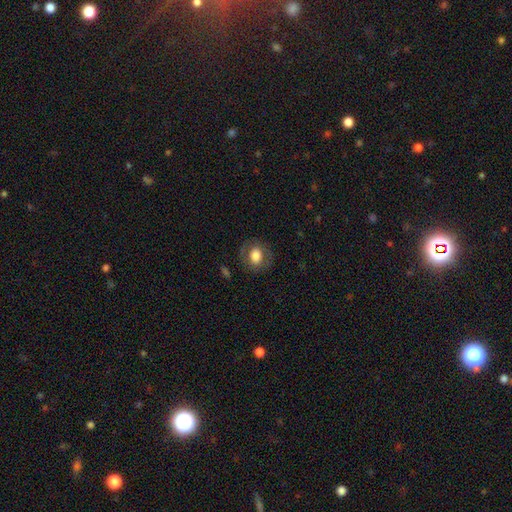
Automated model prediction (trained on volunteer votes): The model was most divided on "how rounded": round: 60%, in between: 39%, cigar-shaped: 1%. More confident: merging — none (80%); smooth or featured — smooth (69%).